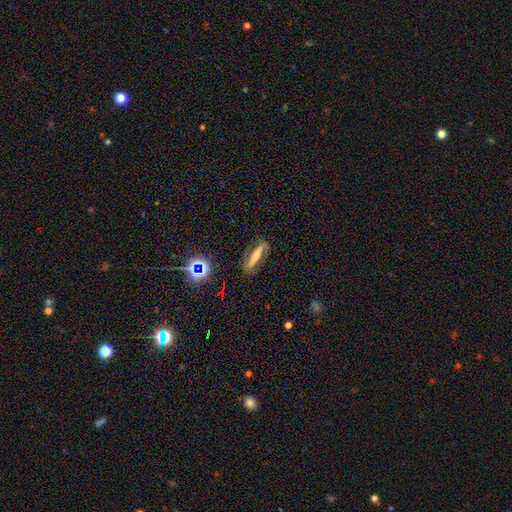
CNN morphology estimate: Smooth or featured: smooth — 44% (featured or disk — 40%)
Merging: none — 73% (minor disturbance — 18%)